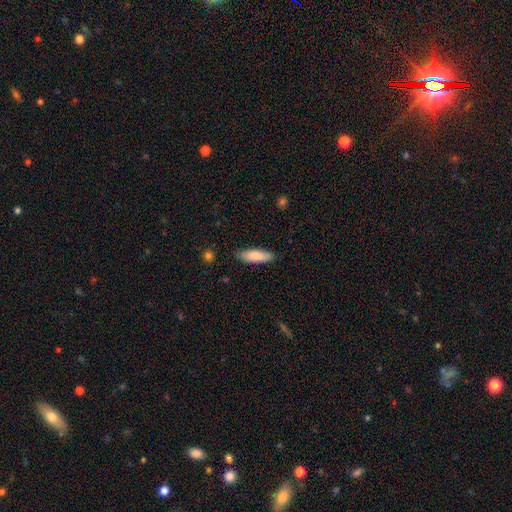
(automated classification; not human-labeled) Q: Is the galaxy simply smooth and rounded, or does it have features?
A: smooth — 83%.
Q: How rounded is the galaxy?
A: in between — 51%.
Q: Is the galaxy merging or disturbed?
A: none — 86%.